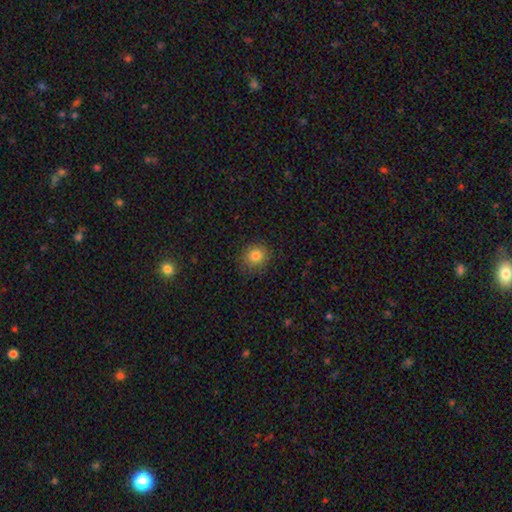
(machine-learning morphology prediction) A smooth galaxy with no disk features (82%) that is round (79%).

Vote fractions:
- Smooth or featured? smooth: 82% / star or artifact: 11% / featured or disk: 7%
- How rounded? round: 79% / in between: 20% / cigar-shaped: 1%
- Merging? none: 85% / minor disturbance: 11% / major disturbance: 3% / merger: 1%